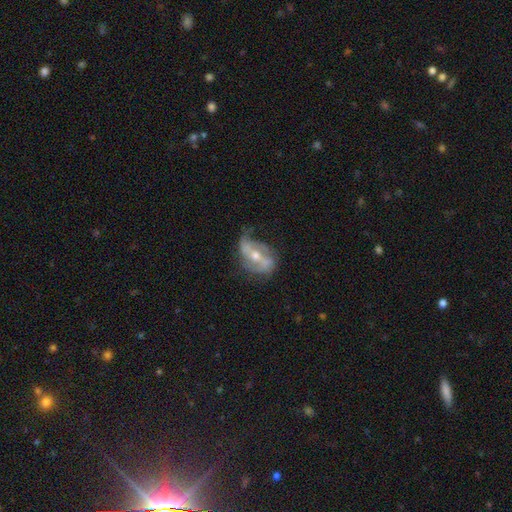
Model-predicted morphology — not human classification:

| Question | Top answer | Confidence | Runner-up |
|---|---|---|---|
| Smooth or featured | featured or disk | 79% | smooth (13%) |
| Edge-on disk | no | 93% | yes (7%) |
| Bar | strong | 44% | weak (31%) |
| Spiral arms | yes | 84% | no (16%) |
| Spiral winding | loose | 55% | medium (31%) |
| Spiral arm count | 2 | 73% | can't tell (11%) |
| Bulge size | moderate | 59% | small (37%) |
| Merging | none | 47% | minor disturbance (30%) |